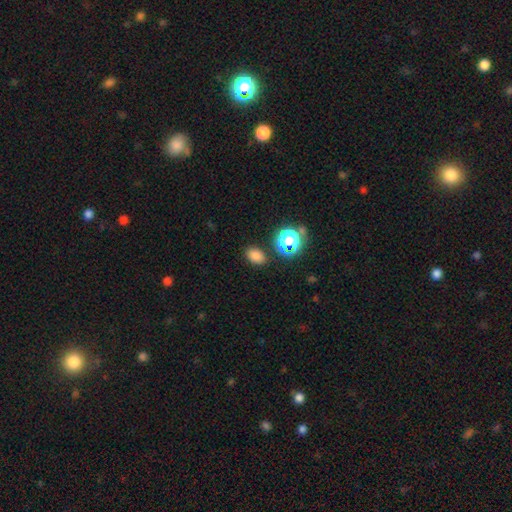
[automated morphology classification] smooth_or_featured: smooth (p=0.77) [alt: star or artifact p=0.18]
how_rounded: in between (p=0.73) [alt: round p=0.26]
merging: none (p=0.84) [alt: minor disturbance p=0.10]